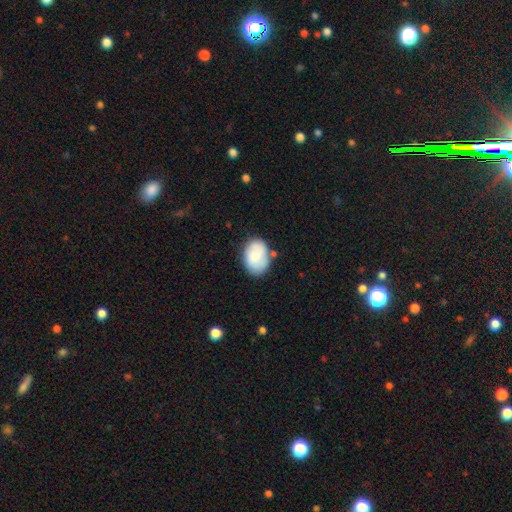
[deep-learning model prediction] smooth-or-featured: smooth: 80% | featured or disk: 14% | star or artifact: 6%
  how-rounded: in between: 80% | round: 19% | cigar-shaped: 1%
  merging: none: 73% | minor disturbance: 18% | merger: 6% | major disturbance: 4%